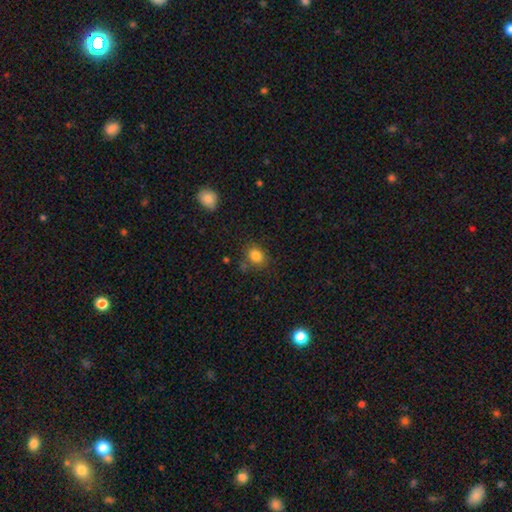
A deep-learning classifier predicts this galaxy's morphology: Smooth or featured? smooth (83%)
How rounded? in between (53%)
Merging? none (75%)